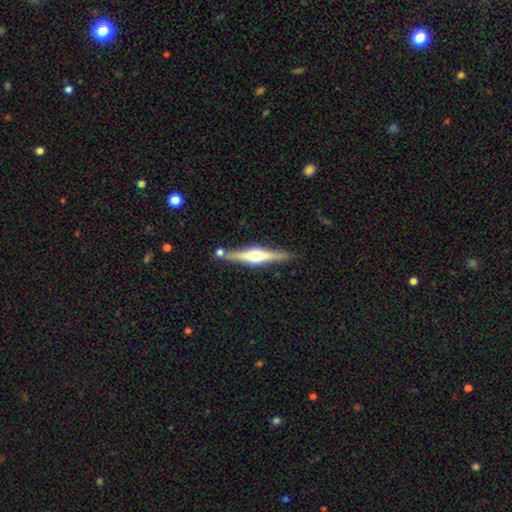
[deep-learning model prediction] Smooth or featured: featured or disk — 74% (smooth — 20%)
Edge-on disk: yes — 97% (no — 3%)
Edge-on bulge: rounded — 92% (boxy — 5%)
Merging: none — 79% (minor disturbance — 10%)